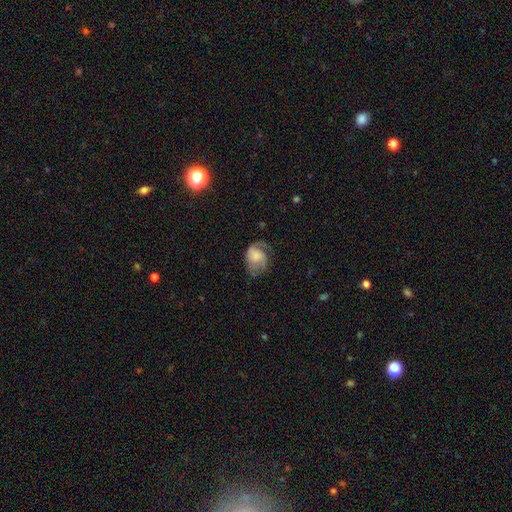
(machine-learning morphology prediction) smooth 50%, featured or disk 42%, star or artifact 8%. Down the decision tree: merging — none (36%).